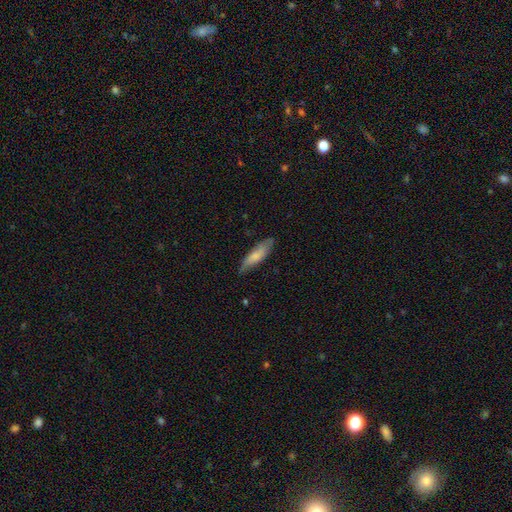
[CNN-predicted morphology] This is likely a smooth galaxy (69%). How rounded: likely cigar-shaped (61%). Merging: likely none (71%).